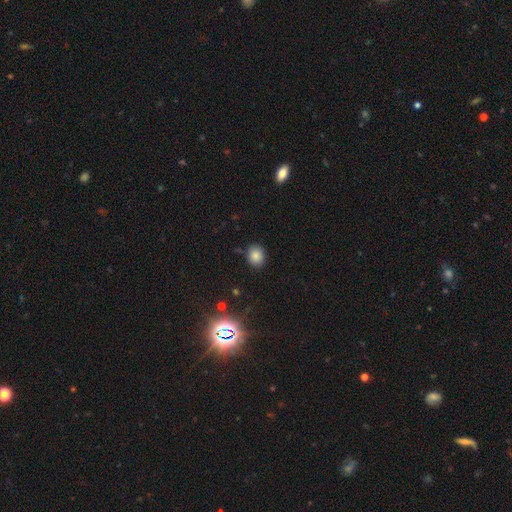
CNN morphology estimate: The model was most divided on "how rounded": round: 69%, in between: 30%, cigar-shaped: 1%. More confident: merging — none (84%); smooth or featured — smooth (81%).